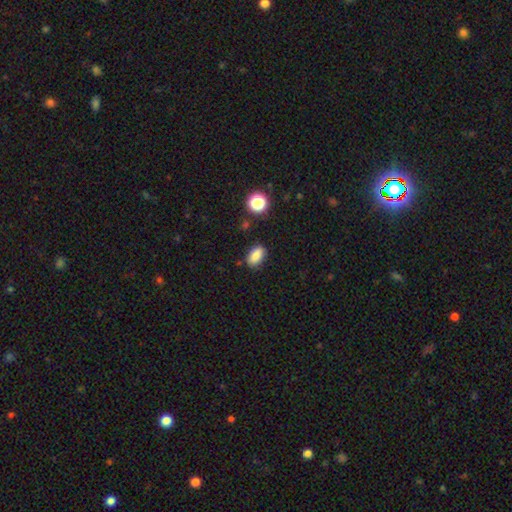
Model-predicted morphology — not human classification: Smooth or featured?
  - smooth: 85% *
  - star or artifact: 10%
  - featured or disk: 5%
How rounded?
  - in between: 88% *
  - round: 9%
  - cigar-shaped: 3%
Merging?
  - none: 84% *
  - minor disturbance: 12%
  - major disturbance: 3%
  - merger: 2%